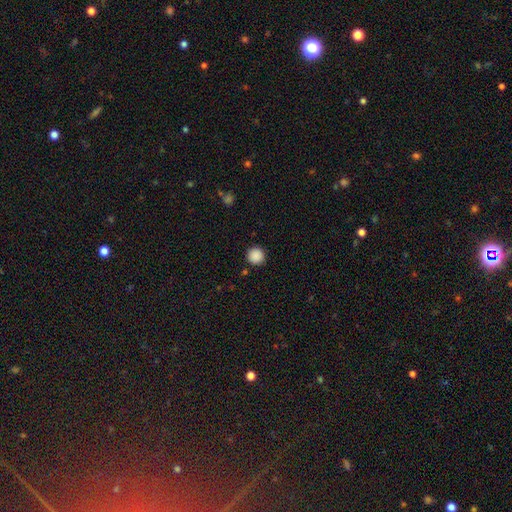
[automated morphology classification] smooth-or-featured: smooth: 88% | star or artifact: 10% | featured or disk: 2%
  how-rounded: round: 95% | in between: 4% | cigar-shaped: 1%
  merging: none: 91% | minor disturbance: 6% | major disturbance: 2% | merger: 2%